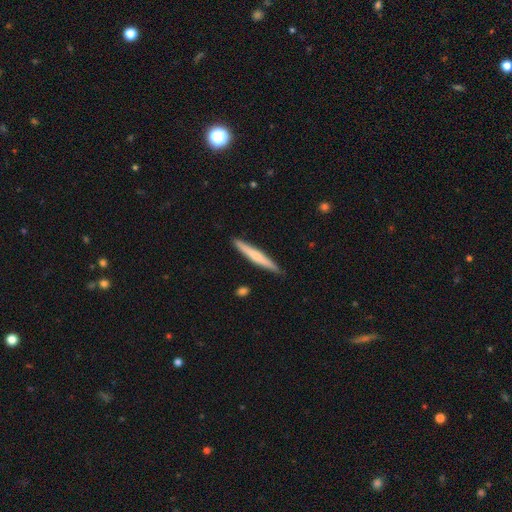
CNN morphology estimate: Q: Smooth or featured?
A: smooth (54%); runner-up: featured or disk (41%)
Q: How rounded?
A: cigar-shaped (95%); runner-up: in between (3%)
Q: Merging?
A: none (90%); runner-up: minor disturbance (8%)